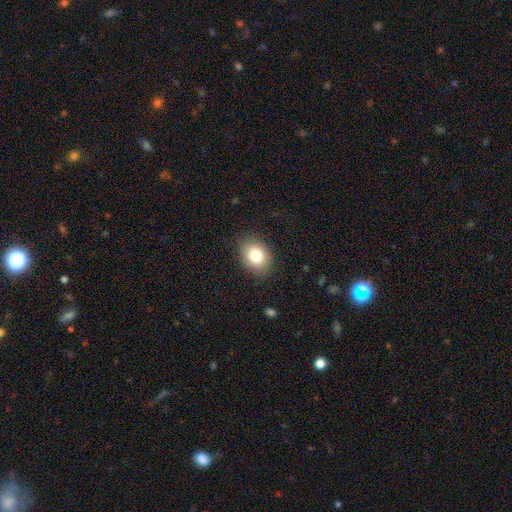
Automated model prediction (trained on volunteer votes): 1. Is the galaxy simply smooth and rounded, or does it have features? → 80% smooth, 10% featured or disk, 10% star or artifact.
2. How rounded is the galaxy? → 62% in between, 37% round, 1% cigar-shaped.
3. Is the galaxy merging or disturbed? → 85% none, 11% minor disturbance, 3% major disturbance, 1% merger.